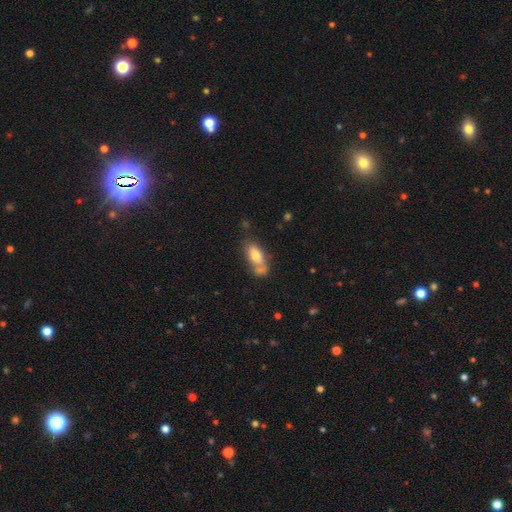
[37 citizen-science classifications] This appears to be a smooth galaxy with no disk features (81%) that is in between round and cigar-shaped (77%). Merging: none (47%).